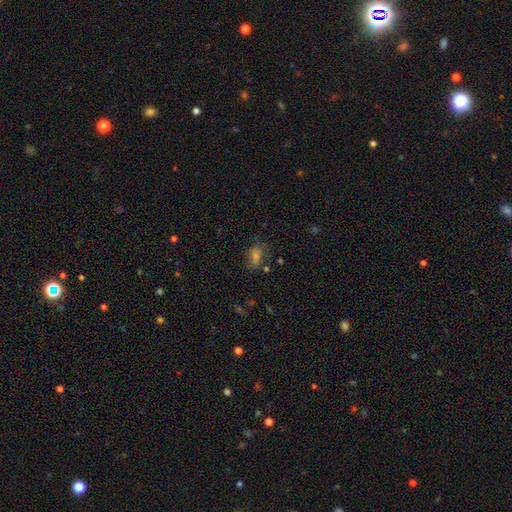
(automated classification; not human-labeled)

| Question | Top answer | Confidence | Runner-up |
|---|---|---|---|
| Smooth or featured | smooth | 44% | featured or disk (29%) |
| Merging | none | 62% | minor disturbance (21%) |